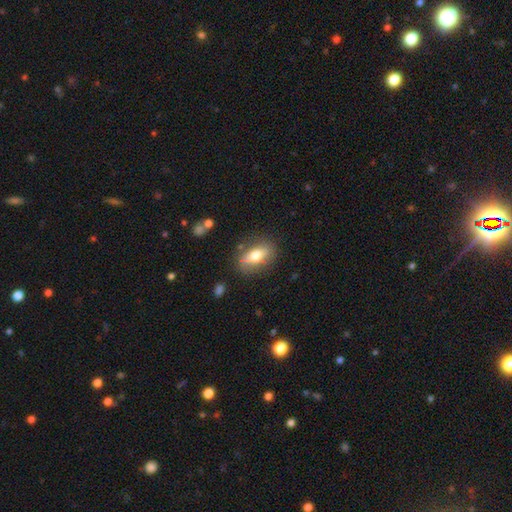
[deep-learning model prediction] smooth 63%, featured or disk 29%, star or artifact 7%. Down the decision tree: how rounded — in between (79%); merging — none (79%).